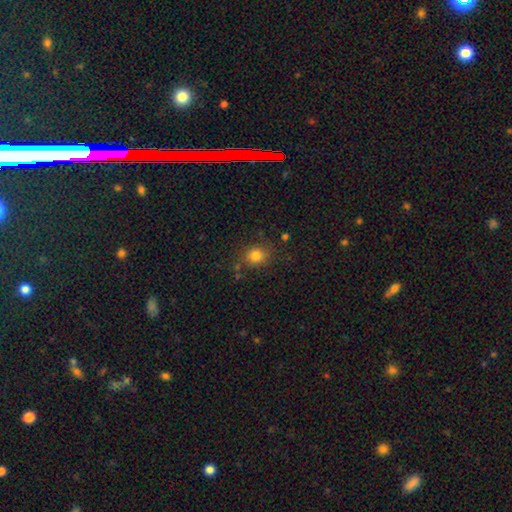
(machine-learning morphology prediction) smooth 80%, star or artifact 13%, featured or disk 7%. Down the decision tree: how rounded — round (75%); merging — none (80%).